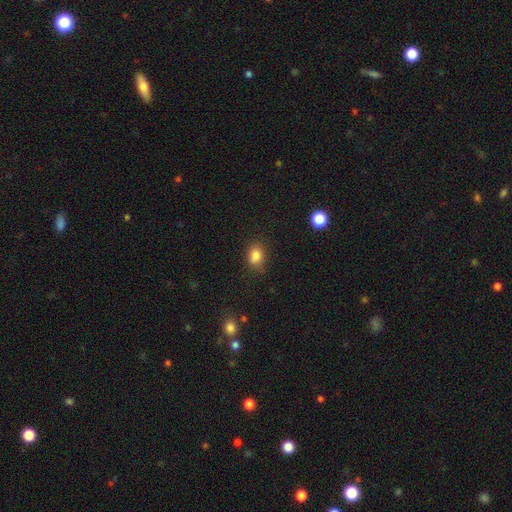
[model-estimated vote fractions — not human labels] The model was most divided on "how rounded": in between: 59%, round: 40%, cigar-shaped: 1%. More confident: smooth or featured — smooth (82%); merging — none (66%).